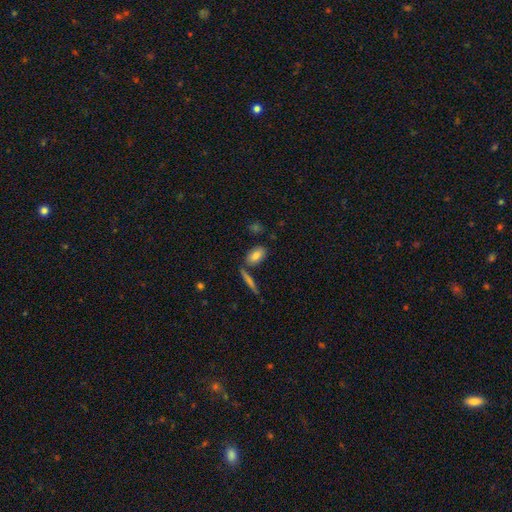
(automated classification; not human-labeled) smooth 81%, featured or disk 12%, star or artifact 7%. Down the decision tree: how rounded — in between (88%); merging — none (72%).